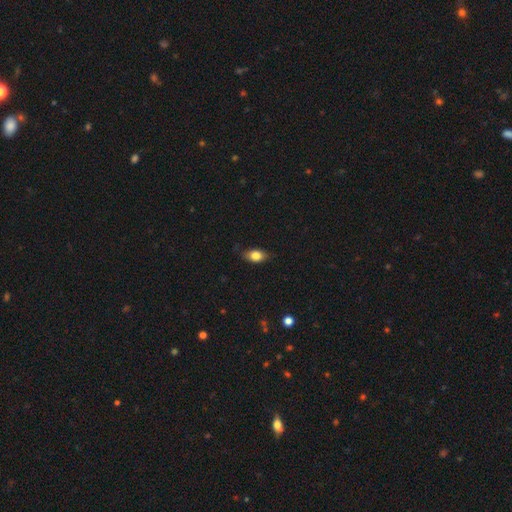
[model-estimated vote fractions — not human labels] This is clearly a smooth galaxy (81%). How rounded: clearly in between (84%). Merging: likely none (78%).